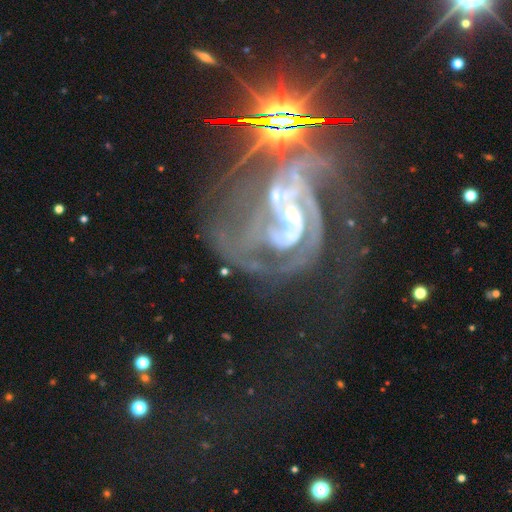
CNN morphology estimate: smooth_or_featured: featured or disk (p=0.77) [alt: star or artifact p=0.17]
disk_edge_on: no (p=0.96) [alt: yes p=0.04]
bar: no (p=0.42) [alt: weak p=0.35]
has_spiral_arms: yes (p=0.90) [alt: no p=0.10]
spiral_winding: medium (p=0.44) [alt: tight p=0.36]
spiral_arm_count: 2 (p=0.44) [alt: can't tell p=0.23]
bulge_size: small (p=0.57) [alt: moderate p=0.23]
merging: major disturbance (p=0.40) [alt: none p=0.28]